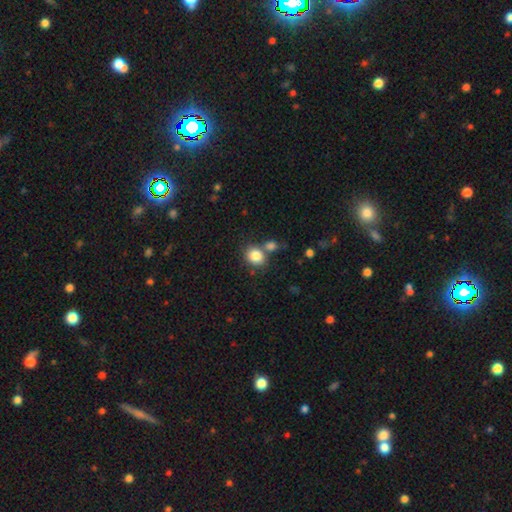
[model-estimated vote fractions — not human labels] smooth_or_featured: smooth (p=0.84) [alt: star or artifact p=0.09]
how_rounded: round (p=0.68) [alt: in between p=0.32]
merging: none (p=0.62) [alt: merger p=0.24]